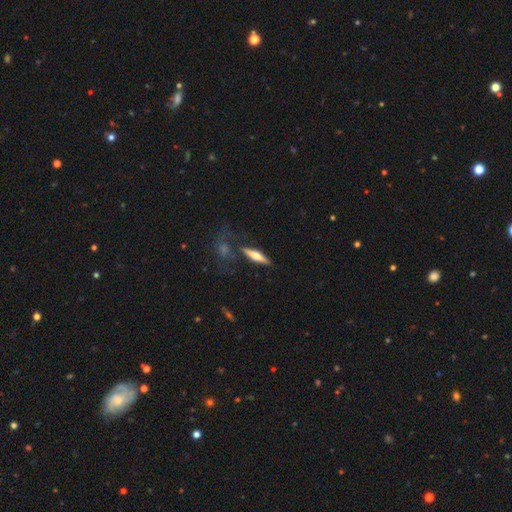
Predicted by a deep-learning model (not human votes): smooth-or-featured: featured or disk: 52% | smooth: 42% | star or artifact: 7%
  disk-edge-on: yes: 94% | no: 6%
  merging: none: 73% | minor disturbance: 15% | merger: 7% | major disturbance: 6%